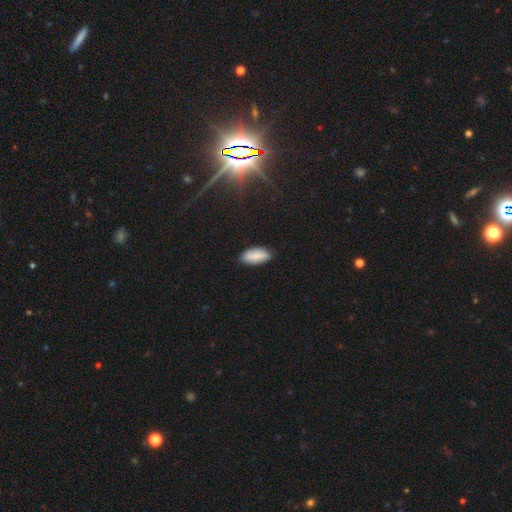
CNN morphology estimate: A smooth galaxy with no disk features (84%) that is in between round and cigar-shaped (89%). Merging: none (80%).